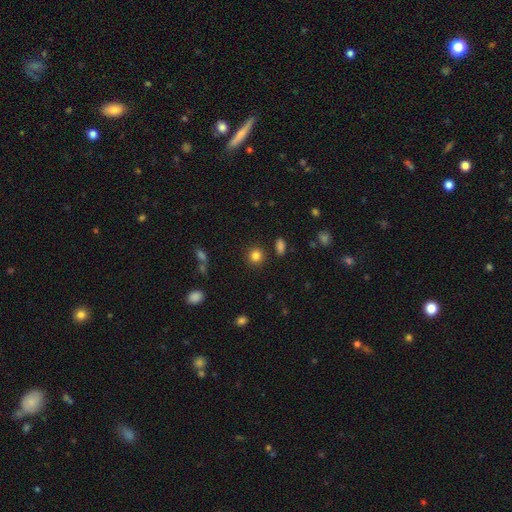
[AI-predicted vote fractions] Overall: smooth (84%). How rounded: round (89%). Merging: none (88%).